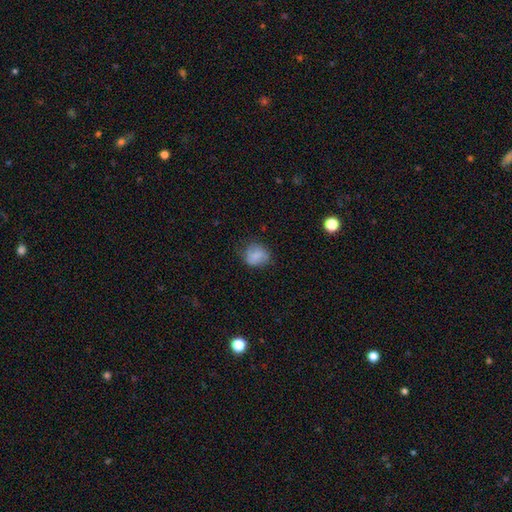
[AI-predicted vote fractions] Smooth or featured: smooth — 77% (featured or disk — 14%)
How rounded: round — 68% (in between — 31%)
Merging: none — 64% (minor disturbance — 26%)